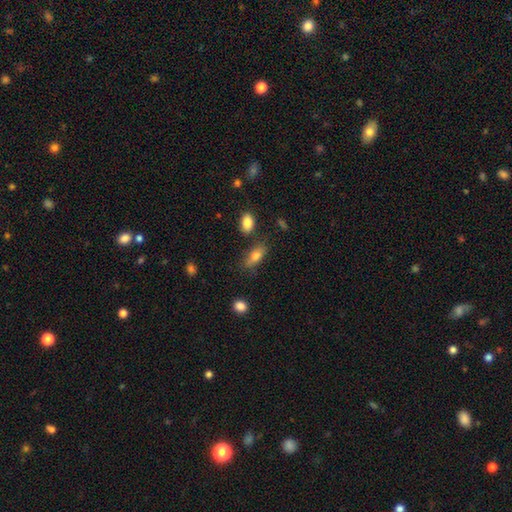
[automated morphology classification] Smooth or featured?
  - smooth: 77% *
  - featured or disk: 15%
  - star or artifact: 8%
How rounded?
  - in between: 79% *
  - cigar-shaped: 17%
  - round: 4%
Merging?
  - none: 70% *
  - minor disturbance: 19%
  - merger: 6%
  - major disturbance: 5%